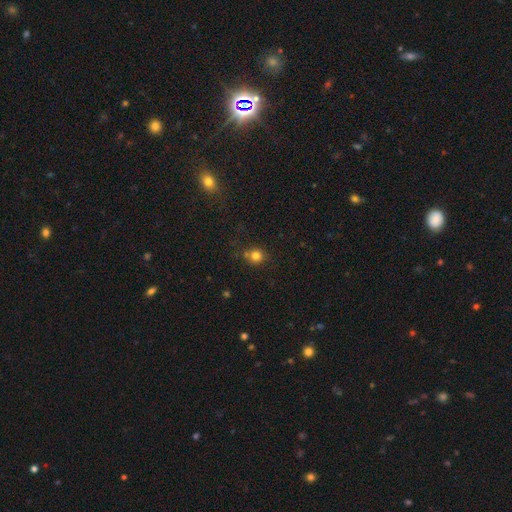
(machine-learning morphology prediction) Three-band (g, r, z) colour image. It shows a smooth galaxy with no disk features (80%) that is round (89%). Merging: none (71%).